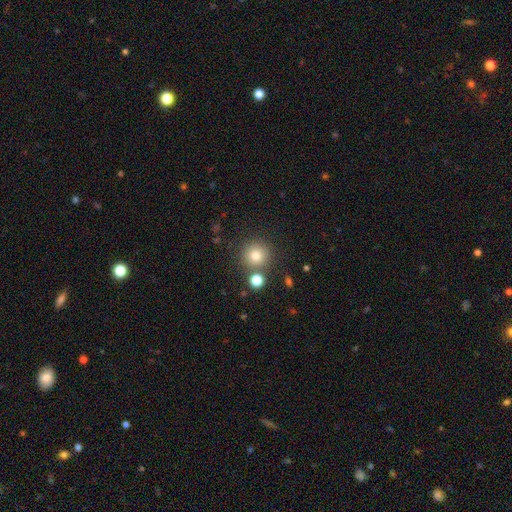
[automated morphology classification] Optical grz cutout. It shows a smooth galaxy with no disk features (79%) that is round (94%). Merging: none (79%).